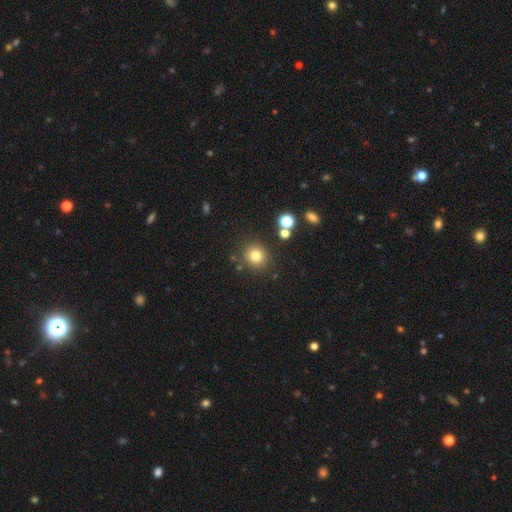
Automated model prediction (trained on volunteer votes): smooth 78%, star or artifact 14%, featured or disk 8%. Down the decision tree: how rounded — round (87%); merging — none (84%).